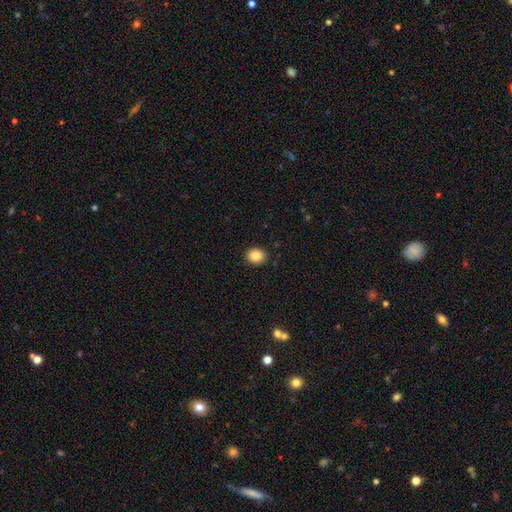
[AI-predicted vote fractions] Smooth or featured? Predicted: smooth (p=0.87). How rounded? Predicted: round (p=0.69). Merging? Predicted: none (p=0.91).